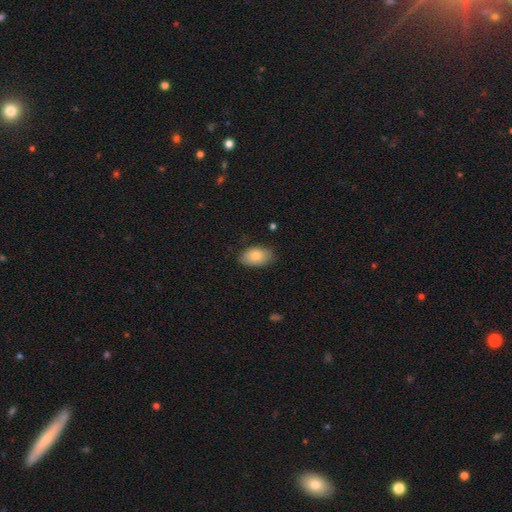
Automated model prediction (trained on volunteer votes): A smooth galaxy with no disk features (80%) that is in between round and cigar-shaped (92%). Merging: none (80%).